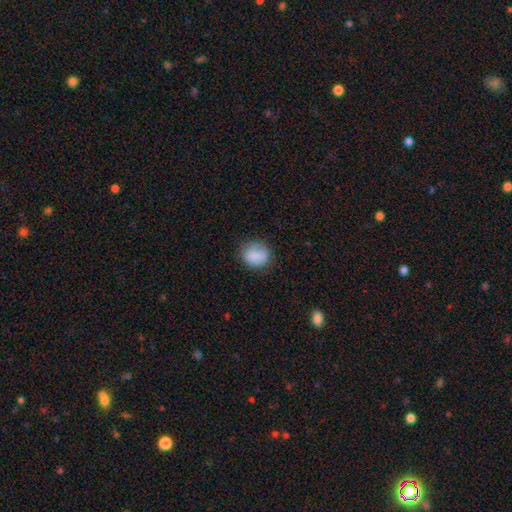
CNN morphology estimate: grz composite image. It shows a smooth galaxy with no disk features (84%) that is round (69%). Merging: none (72%).